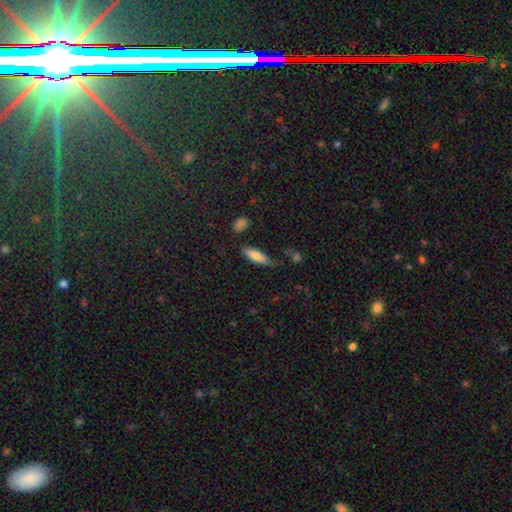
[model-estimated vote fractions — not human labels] This appears to be a smooth galaxy with no disk features (80%) that is in between round and cigar-shaped (51%). Merging: none (59%).